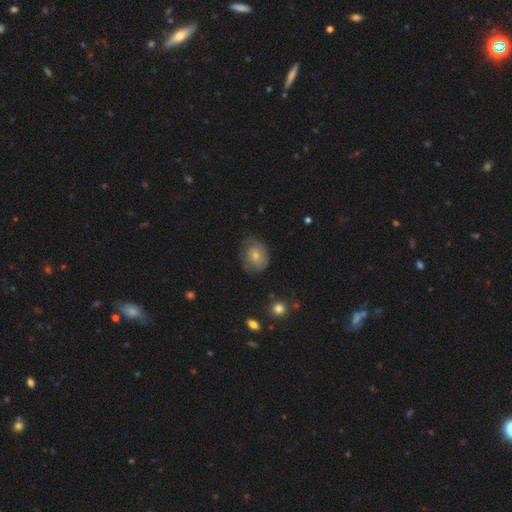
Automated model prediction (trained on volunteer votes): The model was most divided on "how rounded": round: 60%, in between: 39%, cigar-shaped: 1%. More confident: merging — none (62%); smooth or featured — smooth (61%).